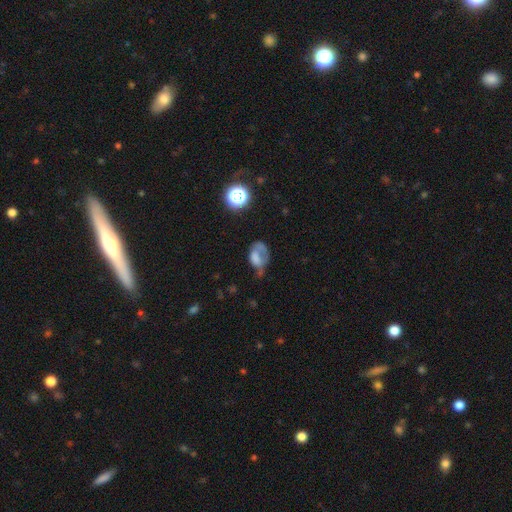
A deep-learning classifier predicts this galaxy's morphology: Smooth or featured: smooth — 54% (featured or disk — 32%)
How rounded: in between — 74% (round — 24%)
Merging: major disturbance — 39% (none — 29%)